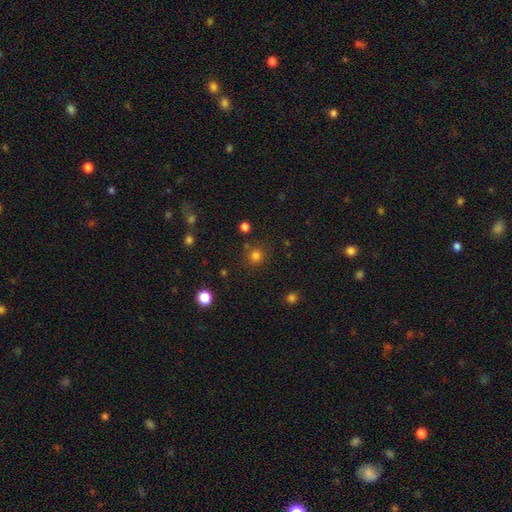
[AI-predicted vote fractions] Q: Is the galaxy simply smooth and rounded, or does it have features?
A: smooth — 78%.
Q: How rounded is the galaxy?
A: round — 92%.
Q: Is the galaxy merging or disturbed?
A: none — 82%.